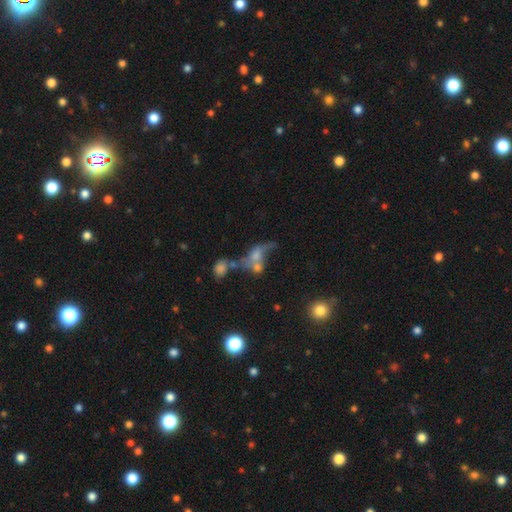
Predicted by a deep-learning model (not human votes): This appears to be a featured or disk galaxy (46%). Merging: merger (44%).